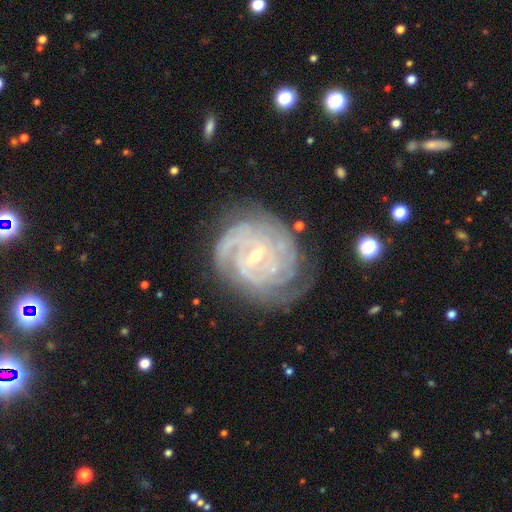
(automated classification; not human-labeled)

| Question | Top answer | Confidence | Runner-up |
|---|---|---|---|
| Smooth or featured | featured or disk | 89% | smooth (6%) |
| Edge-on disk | no | 97% | yes (3%) |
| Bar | weak | 52% | no (28%) |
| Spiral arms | yes | 97% | no (3%) |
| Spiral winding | tight | 80% | medium (17%) |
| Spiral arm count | can't tell | 30% | 4 (21%) |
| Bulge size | small | 58% | moderate (39%) |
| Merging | none | 69% | minor disturbance (21%) |